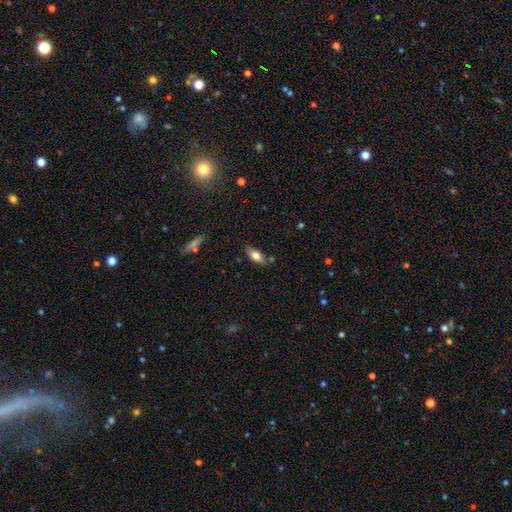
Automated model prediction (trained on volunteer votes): Smooth or featured?
  - smooth: 73% *
  - featured or disk: 20%
  - star or artifact: 7%
How rounded?
  - in between: 80% *
  - cigar-shaped: 17%
  - round: 3%
Merging?
  - none: 76% *
  - minor disturbance: 16%
  - merger: 5%
  - major disturbance: 3%